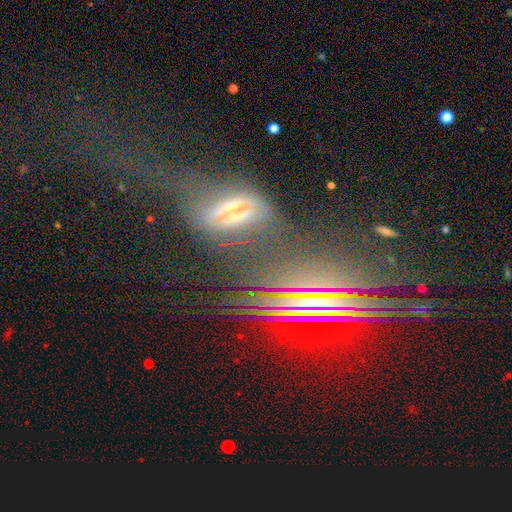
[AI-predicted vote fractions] This appears to be a featured or disk galaxy (53%) viewed edge-on (61%). Merging: merger (37%).